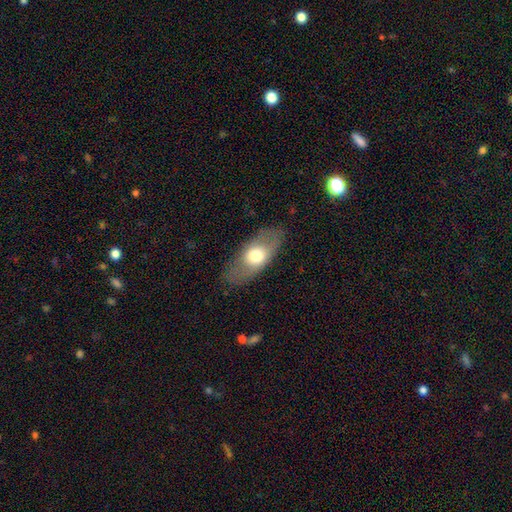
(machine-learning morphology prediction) type=smooth (59%); roundness=in between (83%); merging=none (81%).